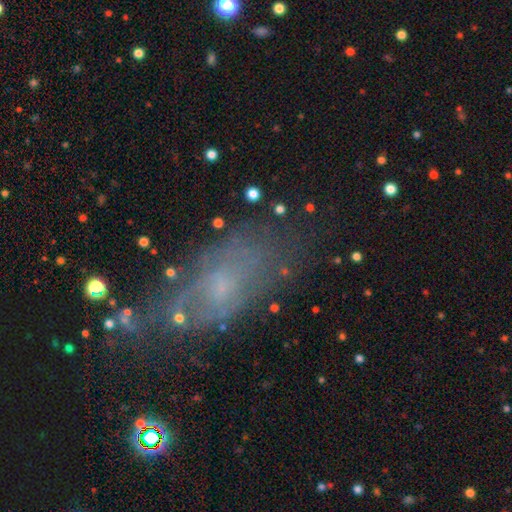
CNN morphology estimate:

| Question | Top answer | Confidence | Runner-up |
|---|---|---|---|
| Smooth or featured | featured or disk | 52% | smooth (34%) |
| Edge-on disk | no | 90% | yes (10%) |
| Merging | none | 58% | minor disturbance (23%) |